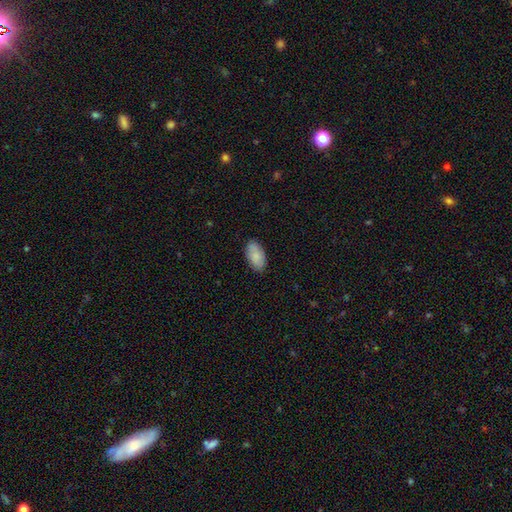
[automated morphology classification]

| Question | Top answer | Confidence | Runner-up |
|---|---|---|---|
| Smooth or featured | smooth | 85% | featured or disk (9%) |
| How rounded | in between | 95% | cigar-shaped (3%) |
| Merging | none | 85% | minor disturbance (12%) |